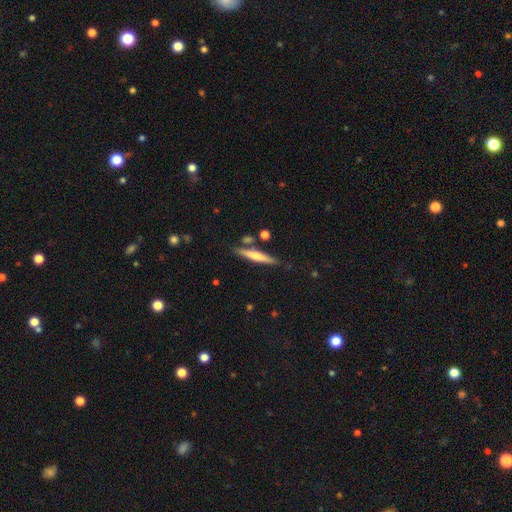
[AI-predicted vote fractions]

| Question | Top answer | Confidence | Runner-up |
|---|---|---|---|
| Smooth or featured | featured or disk | 49% | smooth (45%) |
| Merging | none | 80% | minor disturbance (11%) |